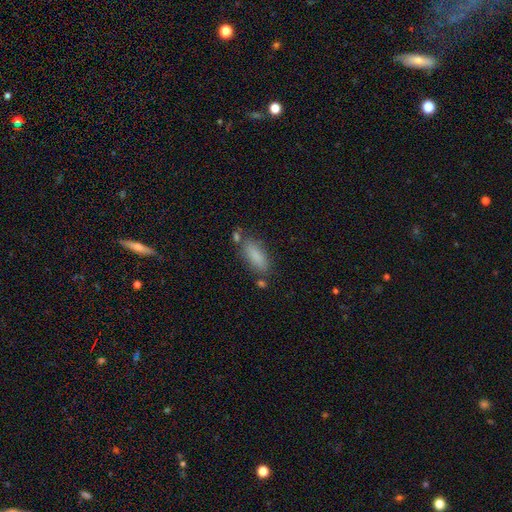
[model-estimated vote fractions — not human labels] Smooth or featured? smooth (85%)
How rounded? in between (68%)
Merging? none (72%)